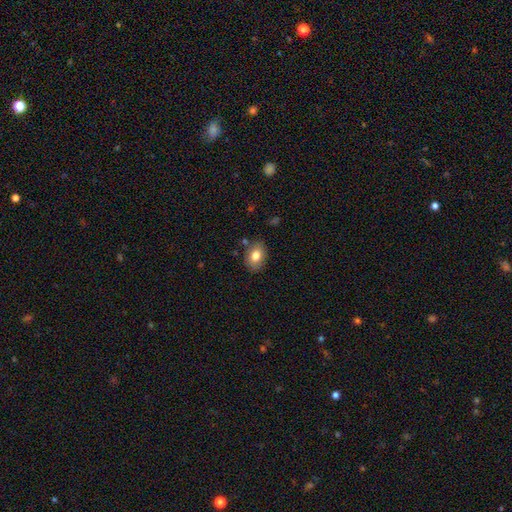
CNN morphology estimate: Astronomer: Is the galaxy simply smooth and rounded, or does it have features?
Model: smooth — 80%.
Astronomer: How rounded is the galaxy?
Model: in between — 73%.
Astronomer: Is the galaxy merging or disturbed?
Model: none — 81%.